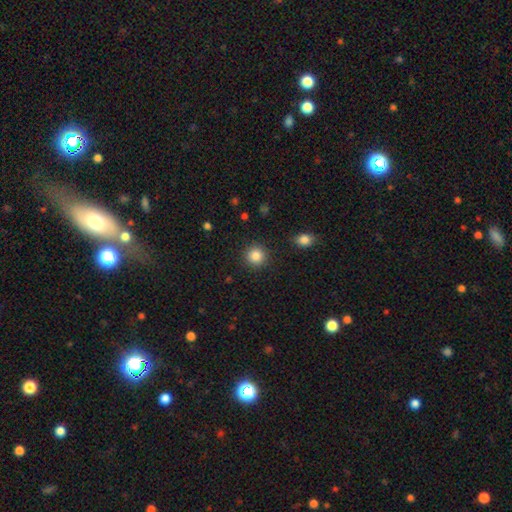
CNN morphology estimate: Overall: smooth (86%). How rounded: round (94%). Merging: none (90%).